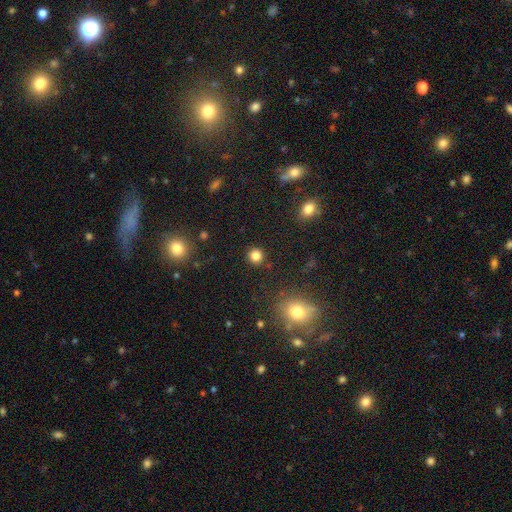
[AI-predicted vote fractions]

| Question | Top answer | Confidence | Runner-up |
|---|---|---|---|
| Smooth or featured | smooth | 83% | star or artifact (13%) |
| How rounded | round | 92% | in between (7%) |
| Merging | none | 90% | minor disturbance (6%) |